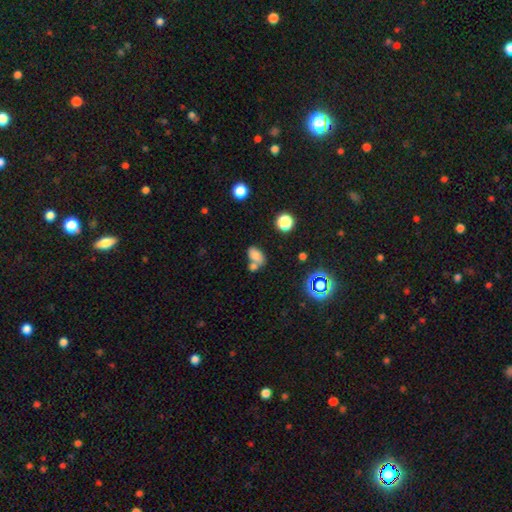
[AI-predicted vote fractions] Smooth or featured?
  - smooth: 75% *
  - star or artifact: 14%
  - featured or disk: 12%
How rounded?
  - in between: 86% *
  - round: 12%
  - cigar-shaped: 2%
Merging?
  - merger: 46% *
  - none: 36%
  - minor disturbance: 12%
  - major disturbance: 6%